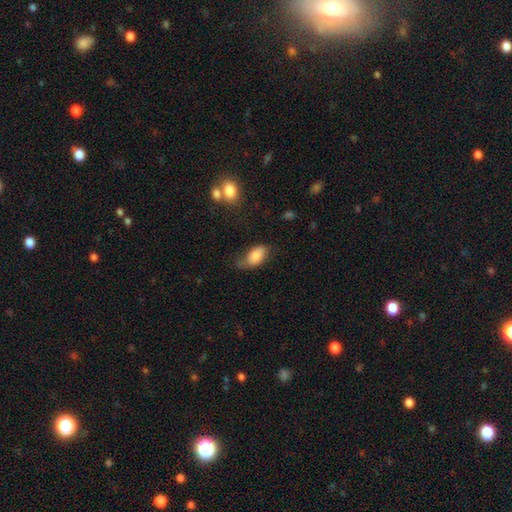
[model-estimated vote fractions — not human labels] Overall: smooth (82%). How rounded: in between (93%). Merging: none (49%; minor disturbance 35%).